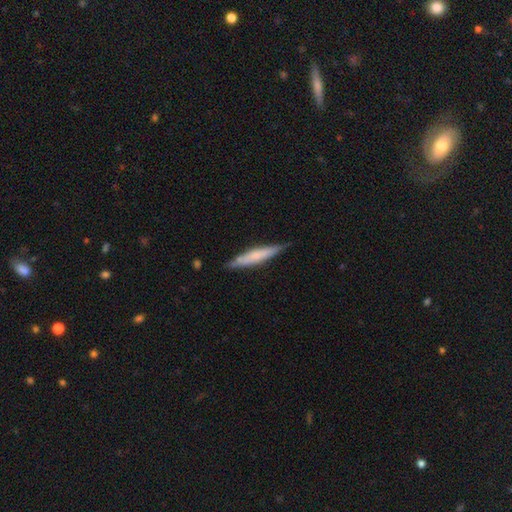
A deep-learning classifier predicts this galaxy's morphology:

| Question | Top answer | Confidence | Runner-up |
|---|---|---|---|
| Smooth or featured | smooth | 57% | featured or disk (37%) |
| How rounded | cigar-shaped | 92% | in between (7%) |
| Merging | none | 83% | minor disturbance (14%) |